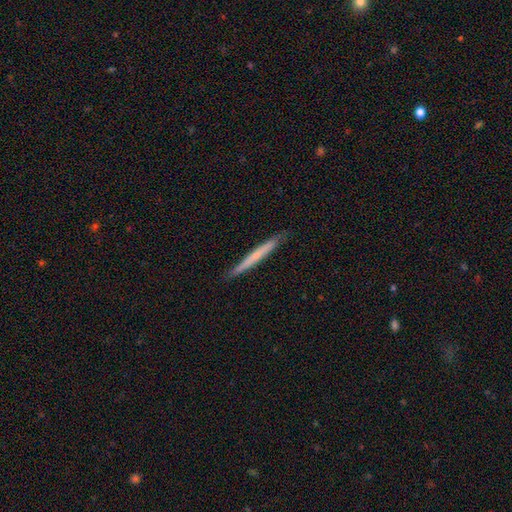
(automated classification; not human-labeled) smooth-or-featured: smooth: 51% | featured or disk: 43% | star or artifact: 6%
  how-rounded: cigar-shaped: 97% | in between: 2% | round: 1%
  merging: none: 89% | minor disturbance: 8% | major disturbance: 1% | merger: 1%